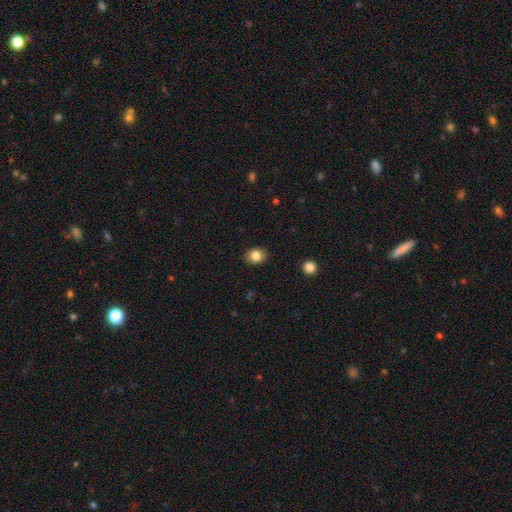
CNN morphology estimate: The model was most divided on "how rounded": in between: 54%, round: 46%, cigar-shaped: 1%. More confident: merging — none (89%); smooth or featured — smooth (83%).